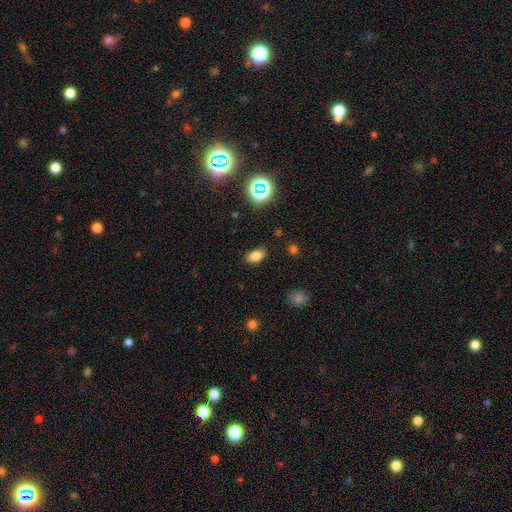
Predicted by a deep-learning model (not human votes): This is likely a smooth galaxy (79%). How rounded: clearly in between (89%). Merging: clearly none (82%).